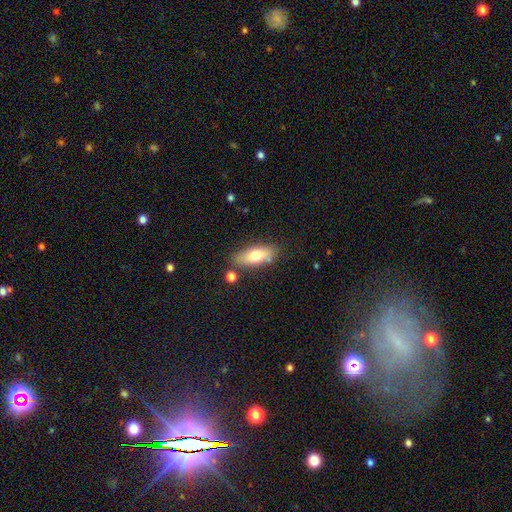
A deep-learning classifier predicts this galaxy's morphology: Smooth or featured: smooth — 70% (featured or disk — 24%)
How rounded: in between — 76% (cigar-shaped — 21%)
Merging: none — 77% (minor disturbance — 14%)